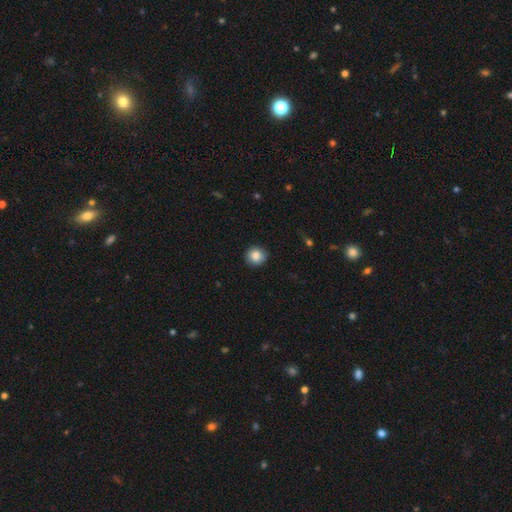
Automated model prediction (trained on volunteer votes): smooth-or-featured: smooth: 85% | star or artifact: 9% | featured or disk: 6%
  how-rounded: round: 90% | in between: 9% | cigar-shaped: 1%
  merging: none: 88% | minor disturbance: 9% | major disturbance: 2% | merger: 1%